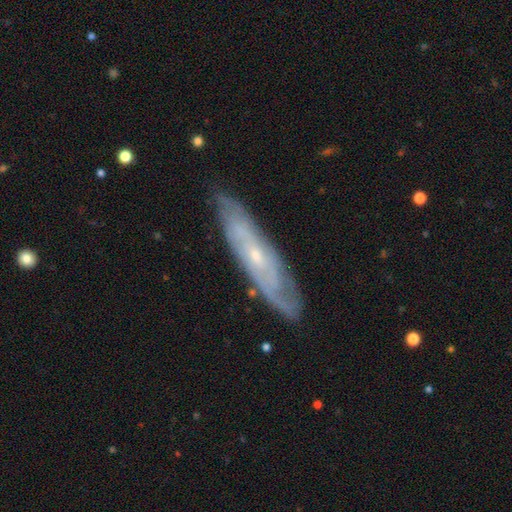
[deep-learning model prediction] The model was most divided on "edge-on disk": no: 68%, yes: 32%. More confident: spiral arms — yes (90%); merging — none (81%); smooth or featured — featured or disk (79%); bulge size — small (77%); bar — no (69%).